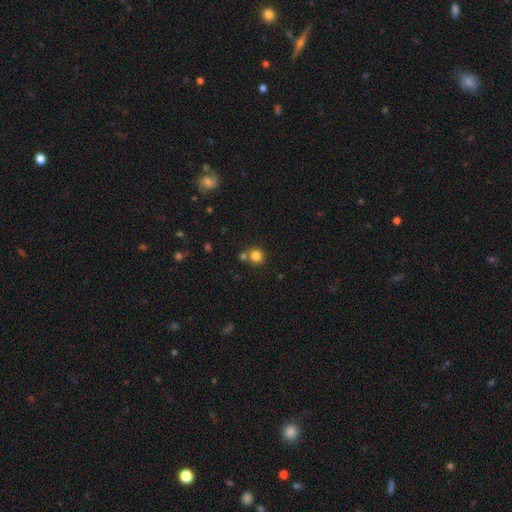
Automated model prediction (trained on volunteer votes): Morphology: type=smooth (82%); roundness=round (85%); merging=none (69%).